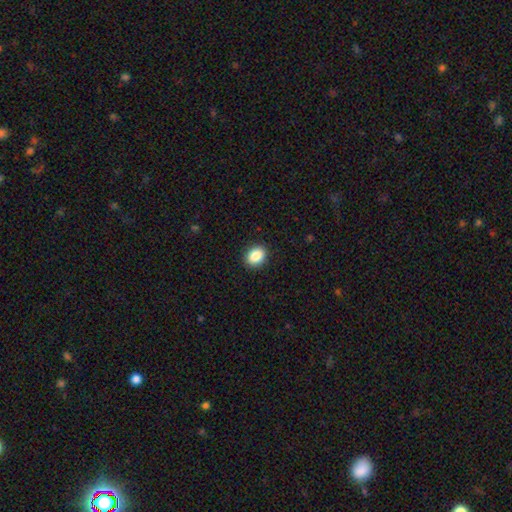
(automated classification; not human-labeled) Overall: smooth (87%). How rounded: in between (55%; round 44%). Merging: none (91%).